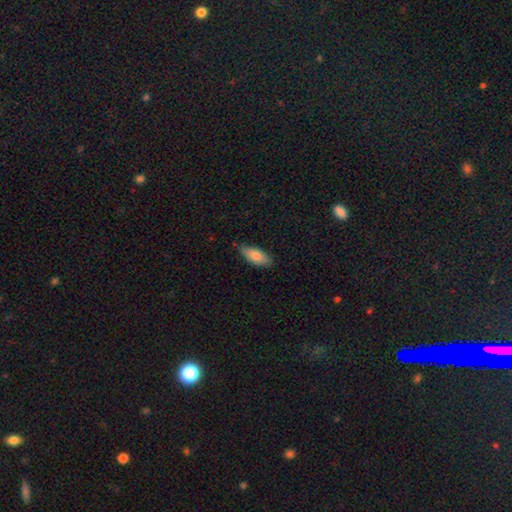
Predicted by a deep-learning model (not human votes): This appears to be a smooth galaxy with no disk features (82%) that is in between round and cigar-shaped (81%). Merging: none (75%).